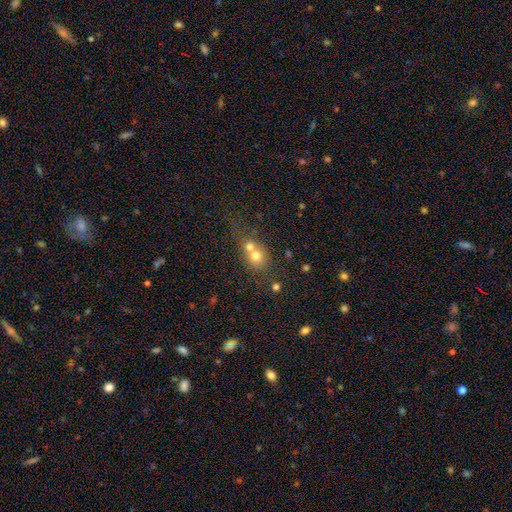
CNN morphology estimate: type=smooth (70%); roundness=round (74%); merging=merger (60%).